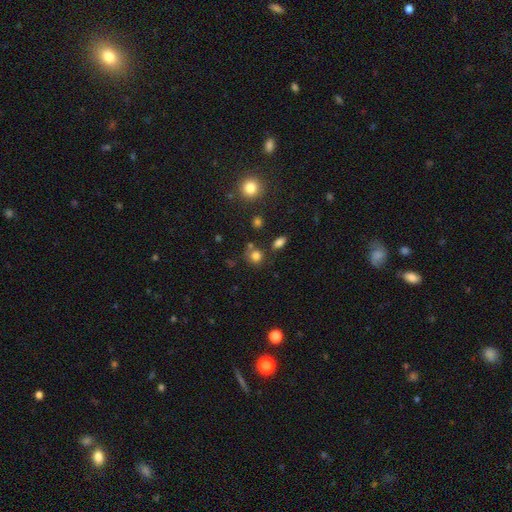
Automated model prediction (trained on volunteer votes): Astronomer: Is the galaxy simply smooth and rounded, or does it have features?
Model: smooth — 79%.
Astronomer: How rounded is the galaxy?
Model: round — 82%.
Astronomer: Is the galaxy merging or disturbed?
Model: none — 71%.